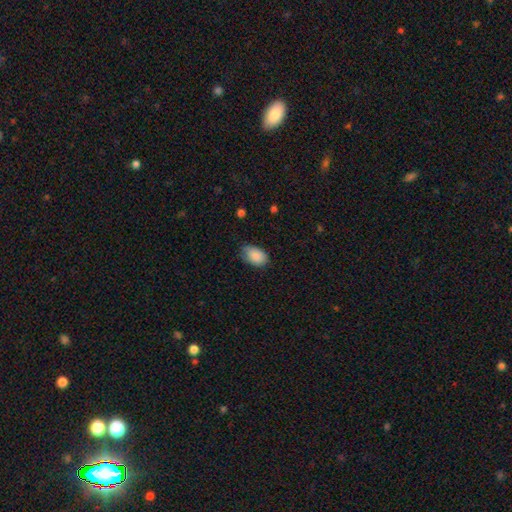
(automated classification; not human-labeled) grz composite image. It shows a smooth galaxy with no disk features (88%) that is in between round and cigar-shaped (90%). Merging: none (68%).